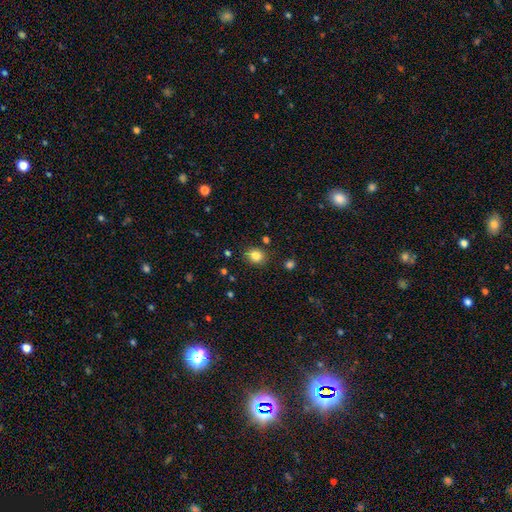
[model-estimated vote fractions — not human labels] Morphology: type=smooth (84%); roundness=round (58%); merging=none (83%).